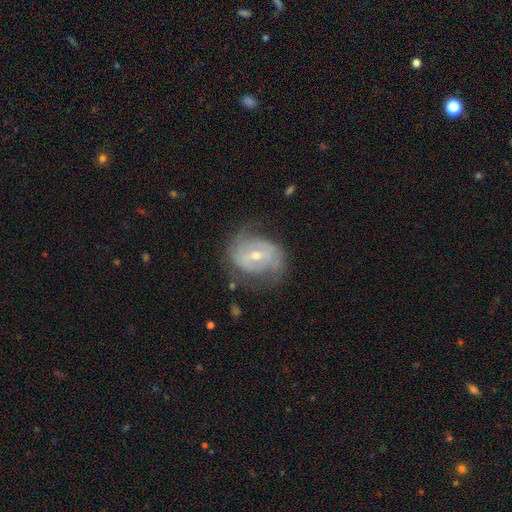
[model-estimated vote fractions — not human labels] The model was most divided on "spiral winding": tight: 40%, medium: 39%, loose: 21%. Remaining: edge-on disk — no (96%); spiral arms — yes (81%); smooth or featured — featured or disk (74%); merging — none (59%); spiral arm count — 2 (58%); bulge size — moderate (52%); bar — weak (49%).